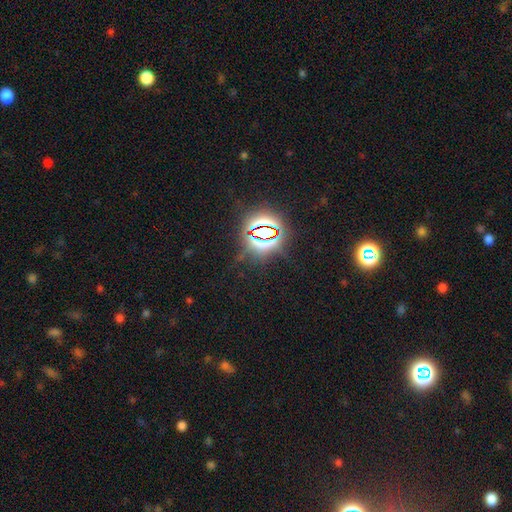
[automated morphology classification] A star or artifact, not a galaxy (80%).